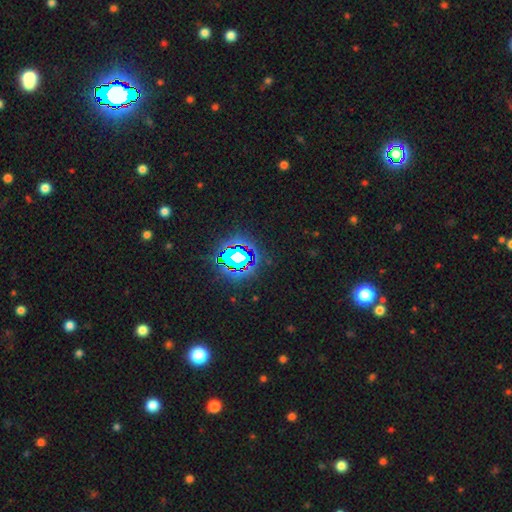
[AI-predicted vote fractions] This is clearly a star or artifact rather than a galaxy (82%).